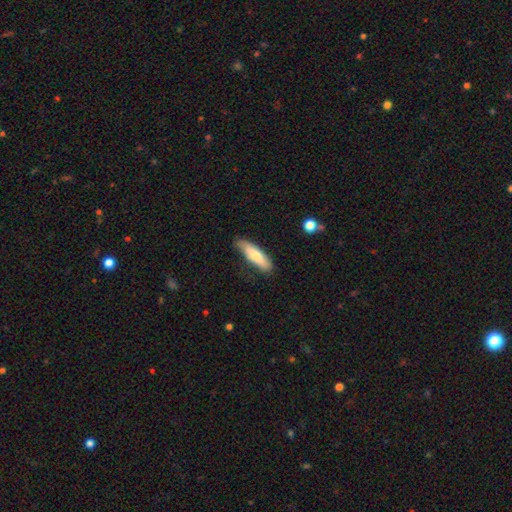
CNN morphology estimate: Smooth or featured? smooth (73%)
How rounded? cigar-shaped (57%)
Merging? none (72%)